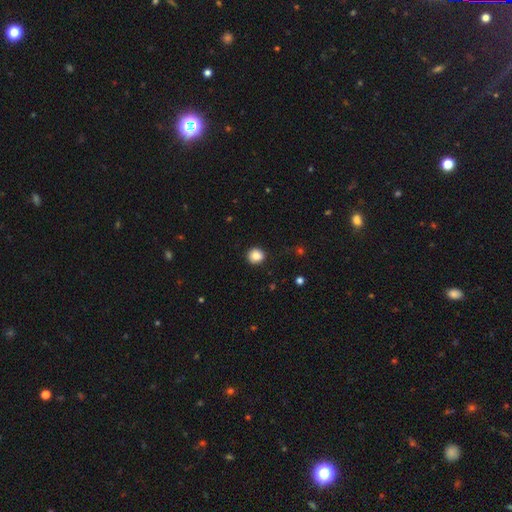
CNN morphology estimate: This appears to be a smooth galaxy with no disk features (83%) that is round (91%). Merging: none (89%).